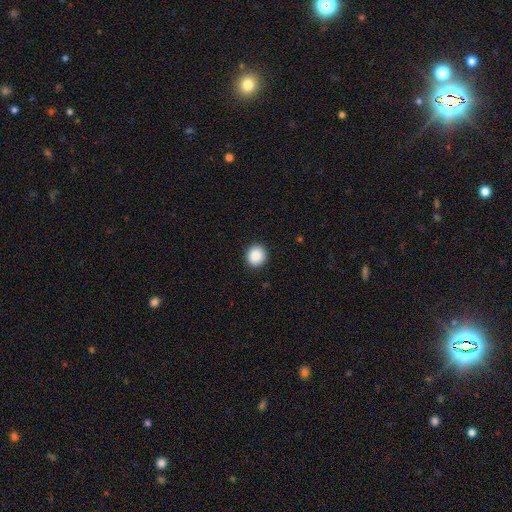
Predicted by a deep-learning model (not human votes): Morphology: type=smooth (89%); roundness=round (88%); merging=none (92%).